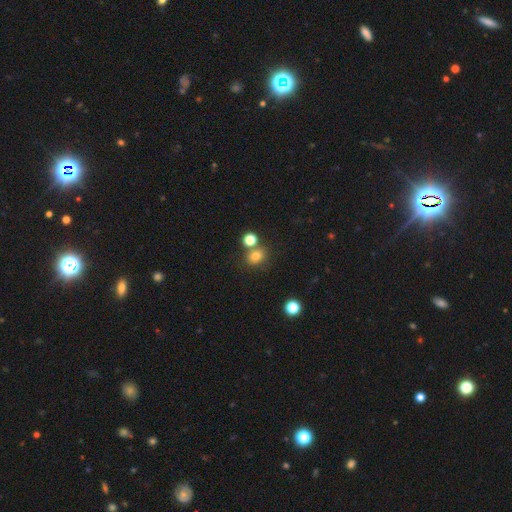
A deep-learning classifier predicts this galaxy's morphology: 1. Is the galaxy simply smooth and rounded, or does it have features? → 78% smooth, 15% star or artifact, 8% featured or disk.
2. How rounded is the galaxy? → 60% round, 39% in between, 1% cigar-shaped.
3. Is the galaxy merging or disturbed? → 65% none, 20% merger, 11% minor disturbance, 4% major disturbance.